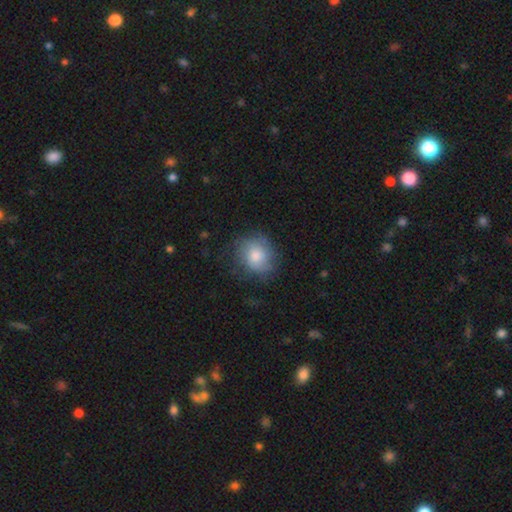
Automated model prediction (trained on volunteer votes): Overall: smooth (72%). How rounded: round (75%). Merging: none (69%).